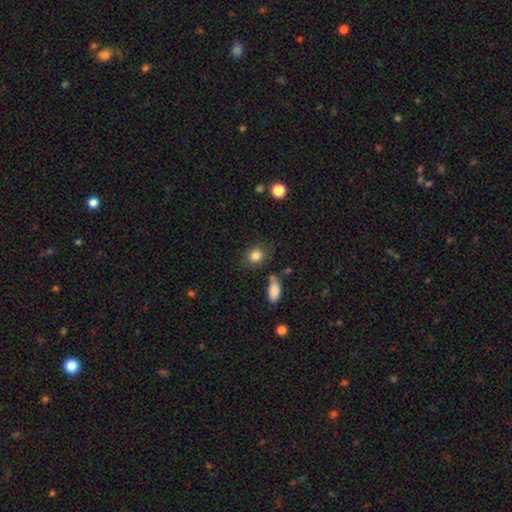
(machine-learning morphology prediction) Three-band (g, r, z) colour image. It shows a smooth galaxy with no disk features (85%) that is round (68%). Merging: none (77%).